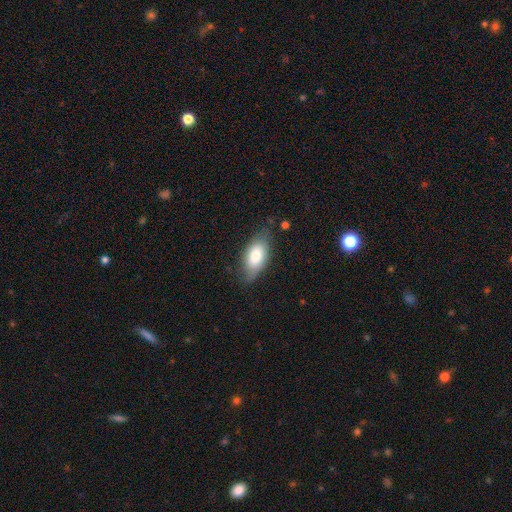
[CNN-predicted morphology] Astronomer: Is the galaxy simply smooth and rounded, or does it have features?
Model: smooth — 73%.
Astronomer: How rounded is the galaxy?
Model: in between — 90%.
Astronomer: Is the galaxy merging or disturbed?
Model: none — 63%.